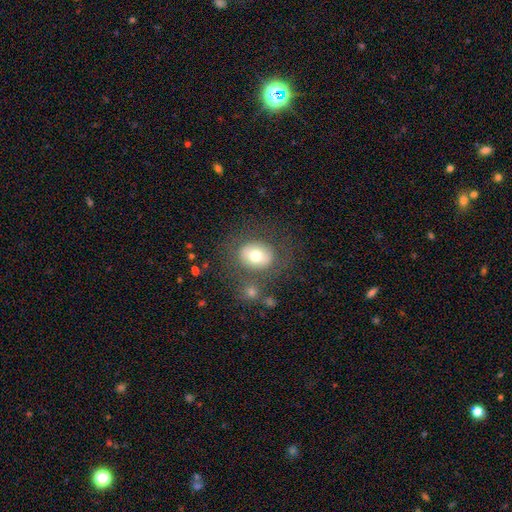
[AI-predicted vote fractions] This appears to be a smooth galaxy with no disk features (68%) that is in between round and cigar-shaped (50%). Merging: none (71%).